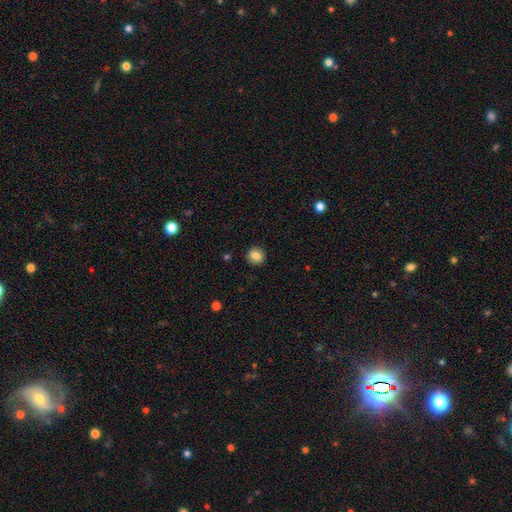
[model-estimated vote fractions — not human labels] smooth 83%, star or artifact 9%, featured or disk 7%. Down the decision tree: how rounded — round (84%); merging — none (90%).